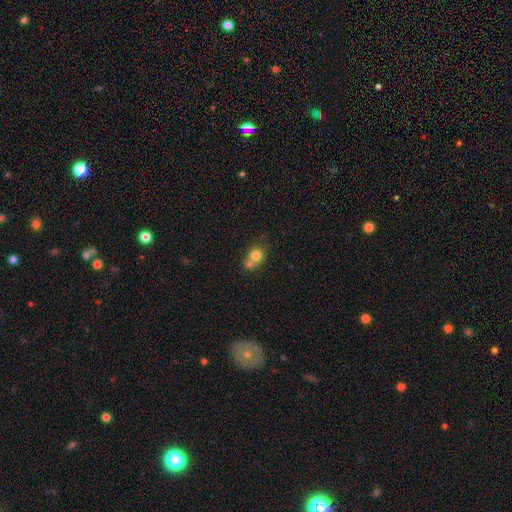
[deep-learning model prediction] A smooth galaxy with no disk features (77%) that is round (79%). Merging: merger (54%).